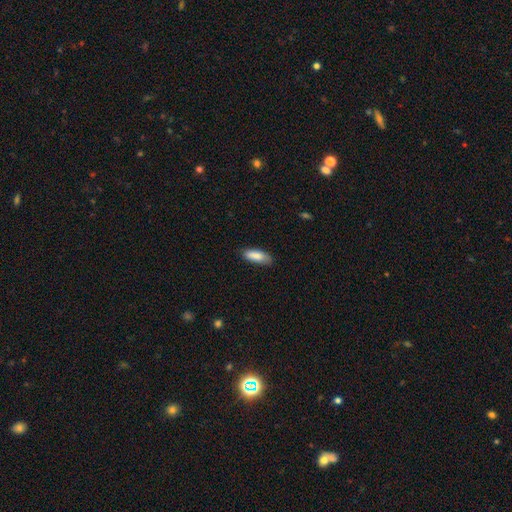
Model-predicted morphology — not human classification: This appears to be a smooth galaxy with no disk features (87%) that is in between round and cigar-shaped (66%). Merging: none (77%).